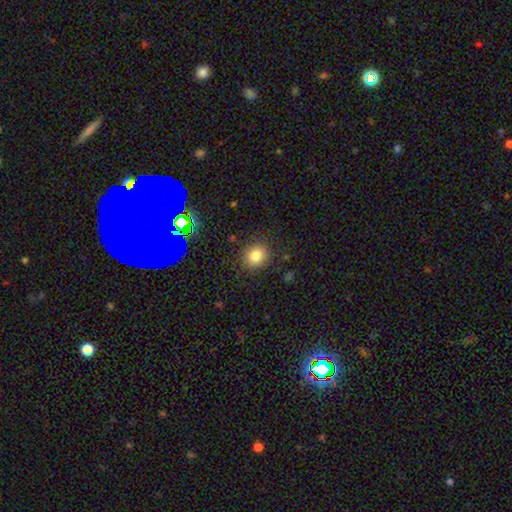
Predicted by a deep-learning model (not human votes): Smooth or featured? smooth (81%)
How rounded? round (76%)
Merging? none (86%)